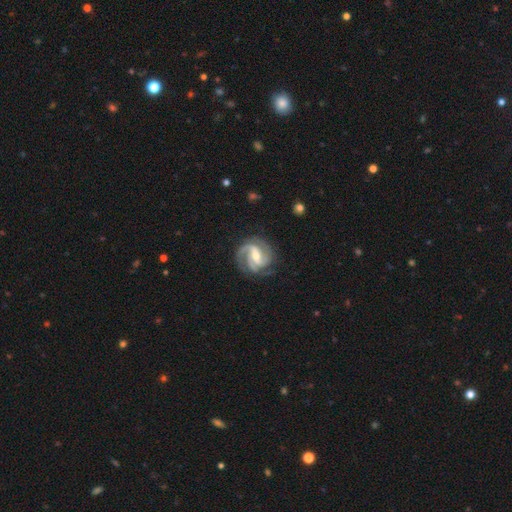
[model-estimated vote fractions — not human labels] A featured or disk galaxy (92%) with a weak bar (43%), 3 (52%) medium (49%) spiral arms (98%) and a moderate central bulge (53%).

Vote fractions:
- Smooth or featured? featured or disk: 92% / star or artifact: 4% / smooth: 4%
- Edge-on disk? no: 98% / yes: 2%
- Bar? weak: 43% / strong: 39% / no: 18%
- Spiral arms? yes: 98% / no: 2%
- Spiral winding? medium: 49% / tight: 41% / loose: 10%
- Spiral arm count? 3: 52% / 2: 28% / can't tell: 6% / 4: 6% / 1: 4% / more than 4: 4%
- Bulge size? moderate: 53% / small: 42% / large: 2% / none: 1% / dominant: 1%
- Merging? none: 77% / minor disturbance: 15% / major disturbance: 6% / merger: 1%